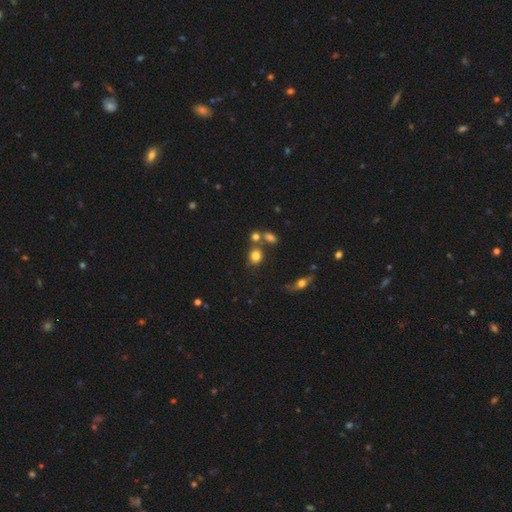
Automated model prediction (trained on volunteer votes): The model was most divided on "how rounded": round: 68%, in between: 30%, cigar-shaped: 2%. More confident: smooth or featured — smooth (78%); merging — none (63%).